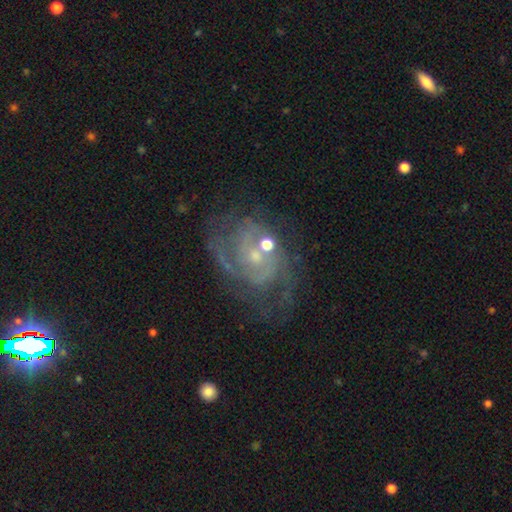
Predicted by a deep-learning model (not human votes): A featured or disk galaxy (84%) with no bar (59%), 2 (42%) tight (44%) spiral arms (93%) and a small central bulge (66%).

Vote fractions:
- Smooth or featured? featured or disk: 84% / star or artifact: 9% / smooth: 7%
- Edge-on disk? no: 98% / yes: 2%
- Bar? no: 59% / weak: 34% / strong: 7%
- Spiral arms? yes: 93% / no: 7%
- Spiral winding? tight: 44% / medium: 43% / loose: 12%
- Spiral arm count? 2: 42% / can't tell: 23% / 3: 17% / 4: 6% / 1: 6% / more than 4: 5%
- Bulge size? small: 66% / moderate: 25% / none: 7% / large: 2% / dominant: 1%
- Merging? none: 62% / minor disturbance: 18% / major disturbance: 14% / merger: 7%